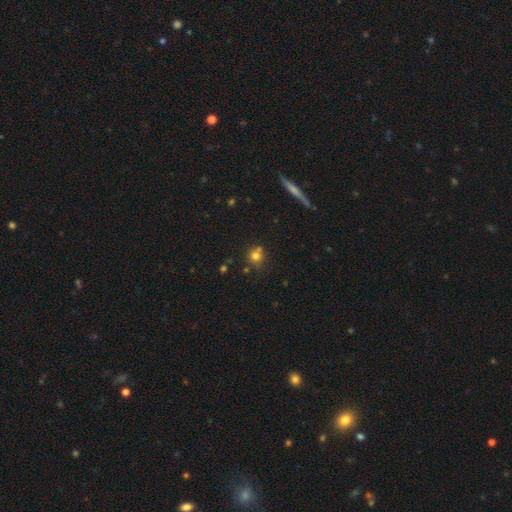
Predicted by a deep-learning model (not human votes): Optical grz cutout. It shows a smooth galaxy with no disk features (75%) that is round (87%). Merging: none (63%).